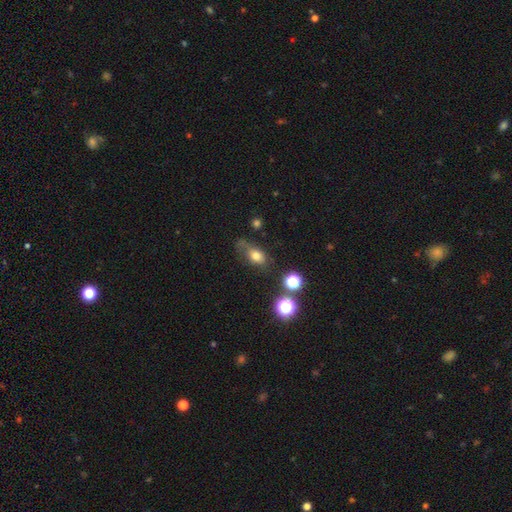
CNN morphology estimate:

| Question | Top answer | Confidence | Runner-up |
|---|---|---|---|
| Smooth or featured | smooth | 72% | star or artifact (14%) |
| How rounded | in between | 70% | round (27%) |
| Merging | none | 51% | minor disturbance (28%) |